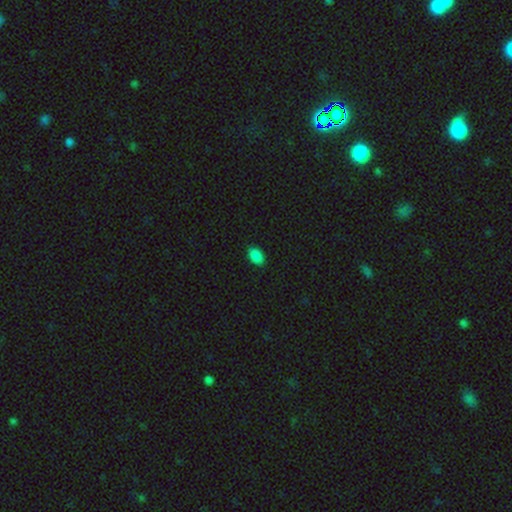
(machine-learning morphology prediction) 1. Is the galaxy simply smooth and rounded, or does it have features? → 87% smooth, 10% star or artifact, 3% featured or disk.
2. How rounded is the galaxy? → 89% in between, 10% round, 1% cigar-shaped.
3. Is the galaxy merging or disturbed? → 88% none, 9% minor disturbance, 2% major disturbance, 1% merger.